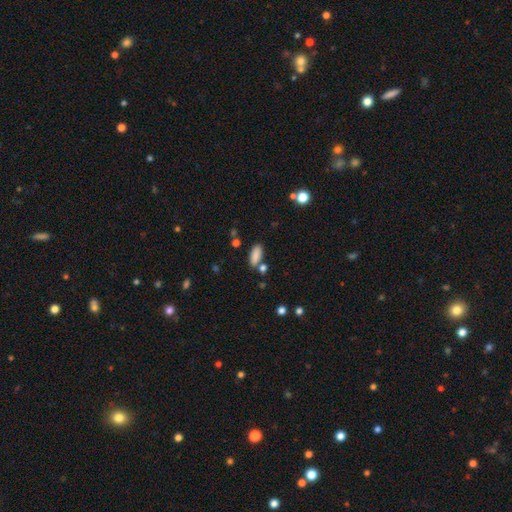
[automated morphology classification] smooth-or-featured: smooth: 86% | star or artifact: 9% | featured or disk: 6%
  how-rounded: in between: 78% | cigar-shaped: 19% | round: 3%
  merging: none: 71% | minor disturbance: 13% | merger: 12% | major disturbance: 4%